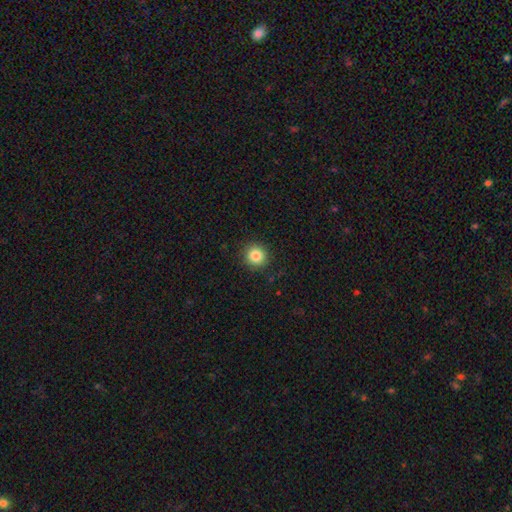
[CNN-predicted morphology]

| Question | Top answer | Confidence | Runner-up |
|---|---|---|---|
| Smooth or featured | smooth | 84% | star or artifact (11%) |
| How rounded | round | 91% | in between (8%) |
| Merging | none | 90% | minor disturbance (7%) |